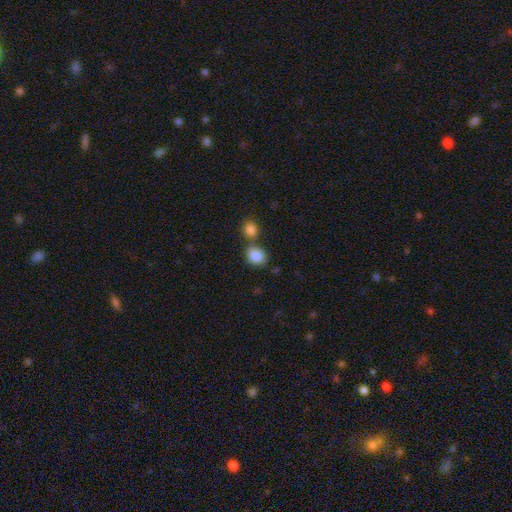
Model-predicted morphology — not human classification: This is clearly a smooth galaxy (86%). How rounded: possibly in between (52%). Merging: possibly none (56%).